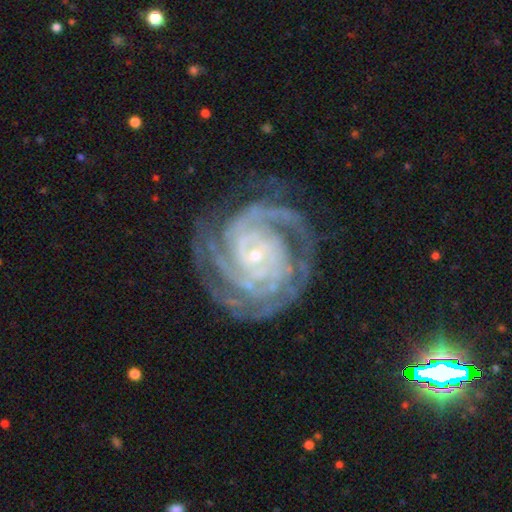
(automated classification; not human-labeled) Q: Smooth or featured?
A: featured or disk (92%); runner-up: star or artifact (5%)
Q: Edge-on disk?
A: no (98%); runner-up: yes (2%)
Q: Bar?
A: no (66%); runner-up: weak (23%)
Q: Spiral arms?
A: yes (98%); runner-up: no (2%)
Q: Spiral winding?
A: tight (80%); runner-up: medium (17%)
Q: Spiral arm count?
A: 4 (22%); tied with: 3 (22%)
Q: Bulge size?
A: small (85%); runner-up: moderate (10%)
Q: Merging?
A: none (76%); runner-up: minor disturbance (15%)